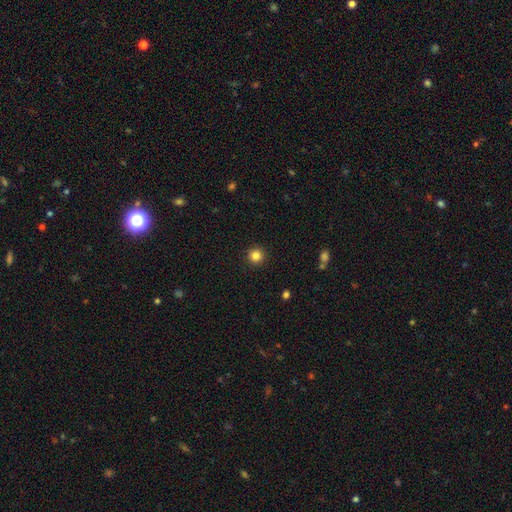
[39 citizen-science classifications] A smooth galaxy with no disk features (90%) that is round (97%).

Vote fractions:
- Smooth or featured? smooth: 90% / star or artifact: 8% / featured or disk: 3%
- How rounded? round: 97% / in between: 3% / cigar-shaped: 0%
- Merging? none: 92% / minor disturbance: 8% / major disturbance: 0% / merger: 0%